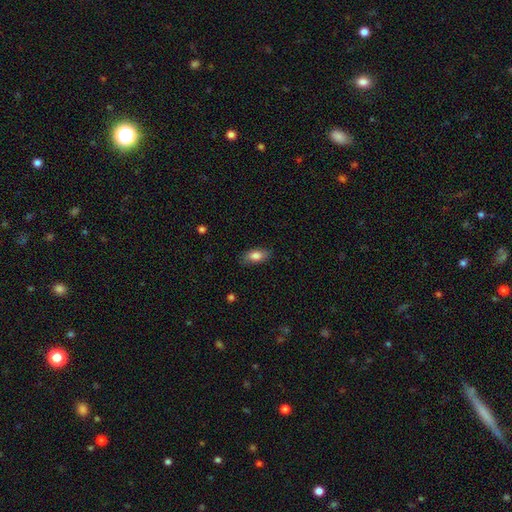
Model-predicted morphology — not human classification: Smooth or featured? smooth (81%)
How rounded? in between (87%)
Merging? none (82%)